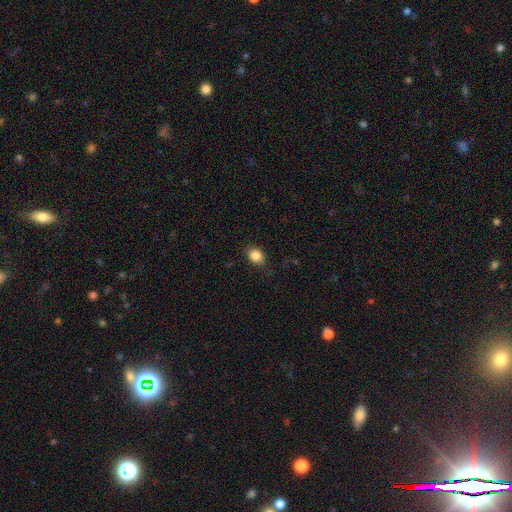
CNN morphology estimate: smooth_or_featured: smooth (p=0.85) [alt: star or artifact p=0.10]
how_rounded: in between (p=0.53) [alt: round p=0.45]
merging: none (p=0.83) [alt: minor disturbance p=0.12]